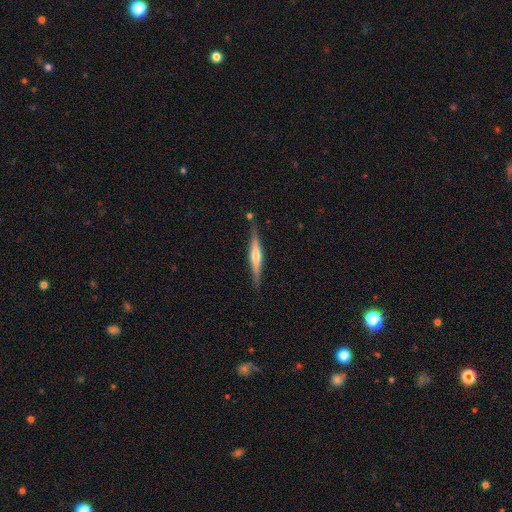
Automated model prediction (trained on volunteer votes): This appears to be a featured or disk galaxy (65%) viewed edge-on (97%) with a rounded central bulge (76%). Merging: none (85%).